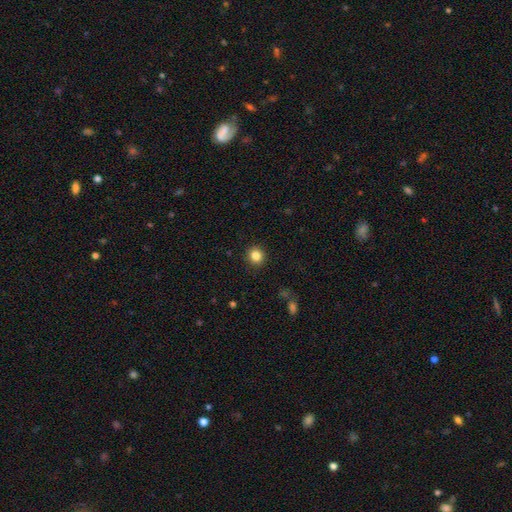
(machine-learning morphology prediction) Smooth or featured?
  - smooth: 84% *
  - star or artifact: 11%
  - featured or disk: 5%
How rounded?
  - round: 89% *
  - in between: 10%
  - cigar-shaped: 1%
Merging?
  - none: 91% *
  - minor disturbance: 6%
  - major disturbance: 2%
  - merger: 1%